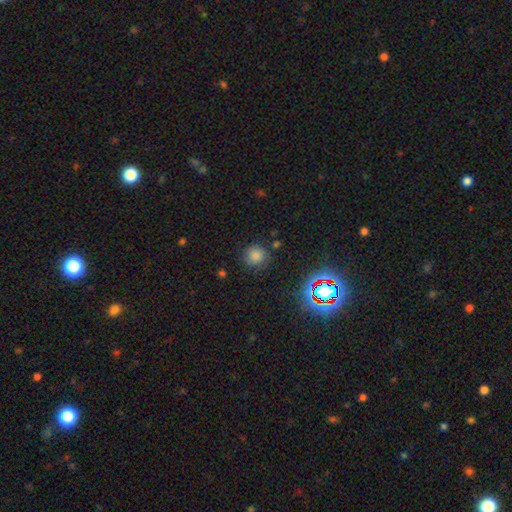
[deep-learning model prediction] Q: Smooth or featured?
A: smooth (76%); runner-up: star or artifact (18%)
Q: How rounded?
A: round (89%); runner-up: in between (10%)
Q: Merging?
A: none (83%); runner-up: minor disturbance (11%)